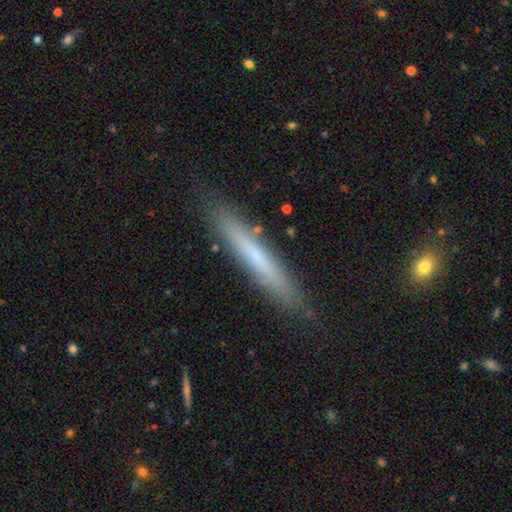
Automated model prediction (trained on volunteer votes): Q: Smooth or featured?
A: smooth (53%); runner-up: featured or disk (40%)
Q: How rounded?
A: cigar-shaped (95%); runner-up: in between (4%)
Q: Merging?
A: none (87%); runner-up: minor disturbance (10%)